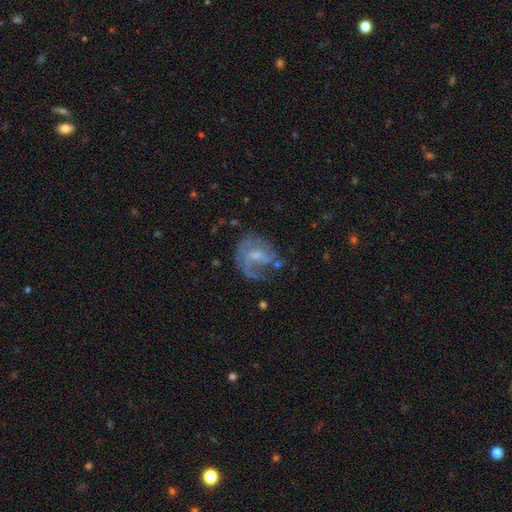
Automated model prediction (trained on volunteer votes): This is likely a featured or disk galaxy (73%). It is clearly not viewed edge-on (98%). Bar: possibly weak (51%). Spiral arm pattern: clearly yes (80%). Spiral arm count: possibly 1 (49%). Spiral winding: marginally medium (39%). Central bulge: possibly small (50%). Merging: marginally none (41%).